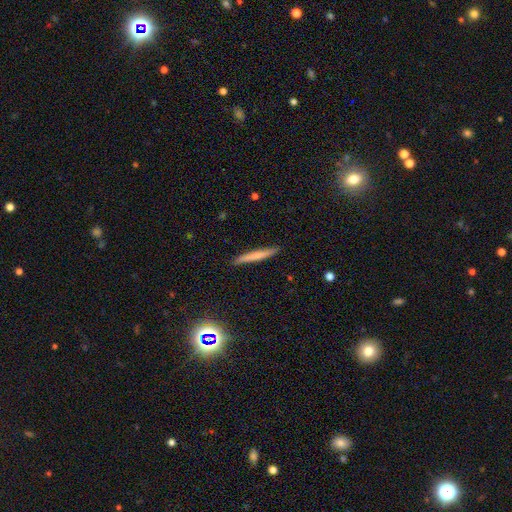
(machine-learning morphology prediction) Q: Smooth or featured?
A: smooth (64%); runner-up: featured or disk (28%)
Q: How rounded?
A: cigar-shaped (96%); runner-up: in between (3%)
Q: Merging?
A: none (90%); runner-up: minor disturbance (7%)